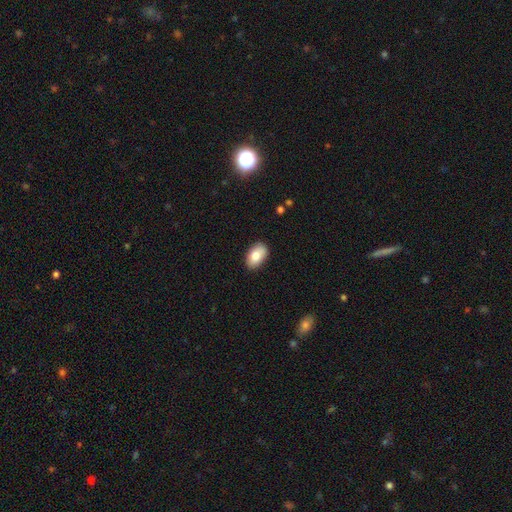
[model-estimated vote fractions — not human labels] A smooth galaxy with no disk features (82%) that is in between round and cigar-shaped (93%). Merging: none (86%).